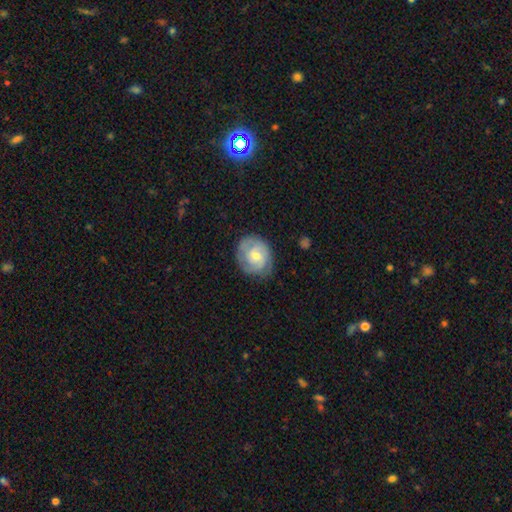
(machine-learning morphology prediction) Smooth or featured? featured or disk (73%)
Edge-on disk? no (98%)
Bar? no (51%)
Spiral arms? yes (93%)
Spiral winding? tight (55%)
Spiral arm count? 2 (47%)
Bulge size? moderate (48%)
Merging? none (74%)